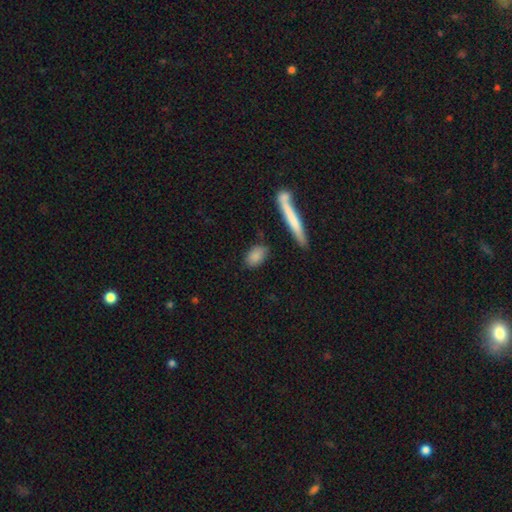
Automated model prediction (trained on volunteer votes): A smooth galaxy with no disk features (84%) that is in between round and cigar-shaped (80%).

Vote fractions:
- Smooth or featured? smooth: 84% / featured or disk: 9% / star or artifact: 7%
- How rounded? in between: 80% / cigar-shaped: 11% / round: 9%
- Merging? none: 77% / minor disturbance: 14% / merger: 5% / major disturbance: 4%